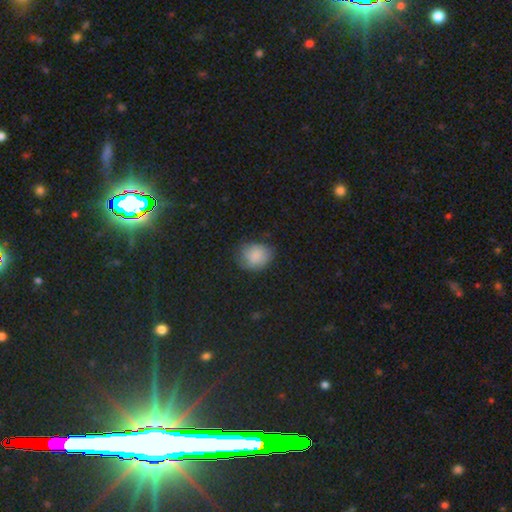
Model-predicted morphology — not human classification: Q: Smooth or featured?
A: smooth (83%); runner-up: star or artifact (9%)
Q: How rounded?
A: round (62%); runner-up: in between (37%)
Q: Merging?
A: none (70%); runner-up: minor disturbance (22%)